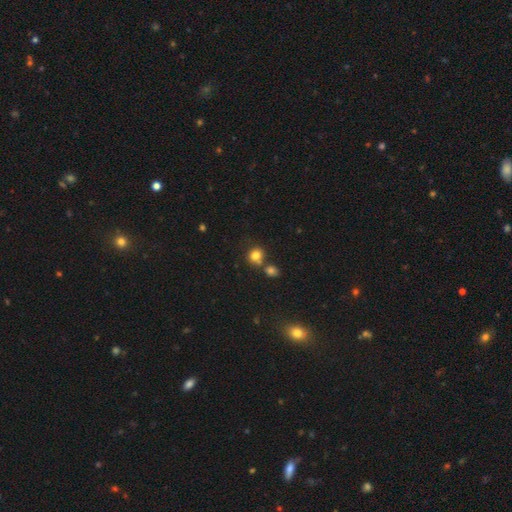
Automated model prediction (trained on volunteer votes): Q: Smooth or featured?
A: smooth (80%); runner-up: star or artifact (12%)
Q: How rounded?
A: round (75%); runner-up: in between (24%)
Q: Merging?
A: none (58%); runner-up: merger (27%)